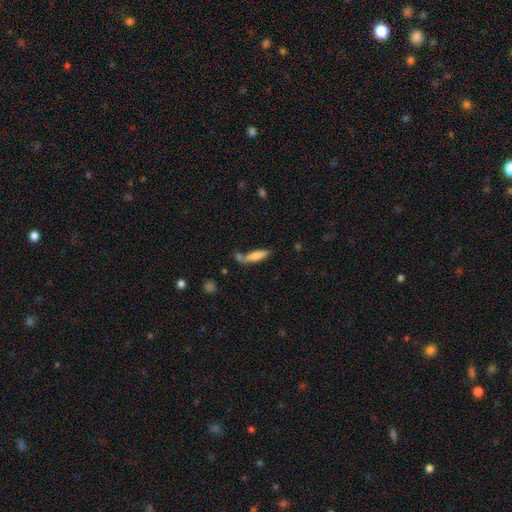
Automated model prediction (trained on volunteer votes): Smooth or featured? smooth (78%)
How rounded? cigar-shaped (65%)
Merging? none (53%)